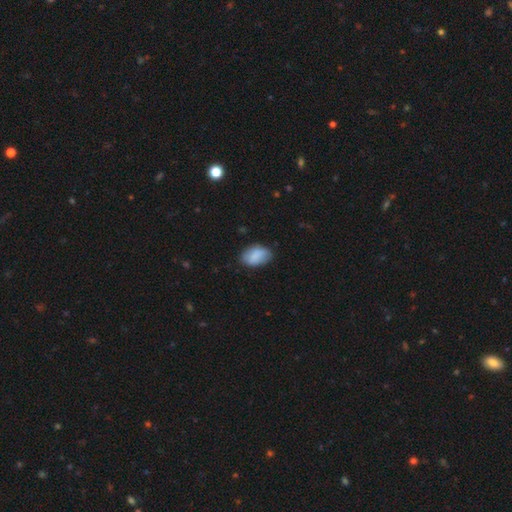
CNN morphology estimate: Q: Smooth or featured?
A: smooth (85%); runner-up: featured or disk (8%)
Q: How rounded?
A: in between (88%); runner-up: round (11%)
Q: Merging?
A: none (77%); runner-up: minor disturbance (19%)